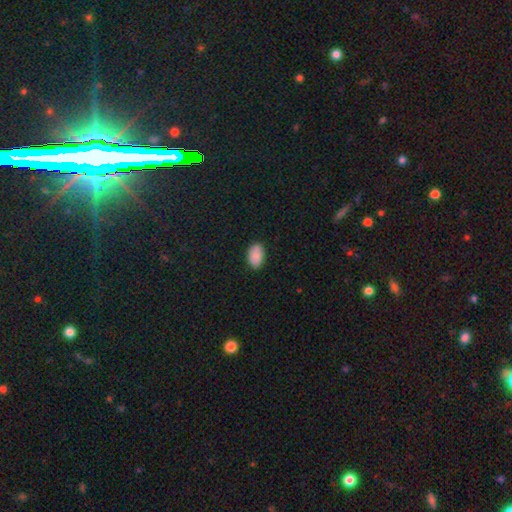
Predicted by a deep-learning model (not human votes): This appears to be a smooth galaxy with no disk features (88%) that is in between round and cigar-shaped (92%). Merging: none (86%).